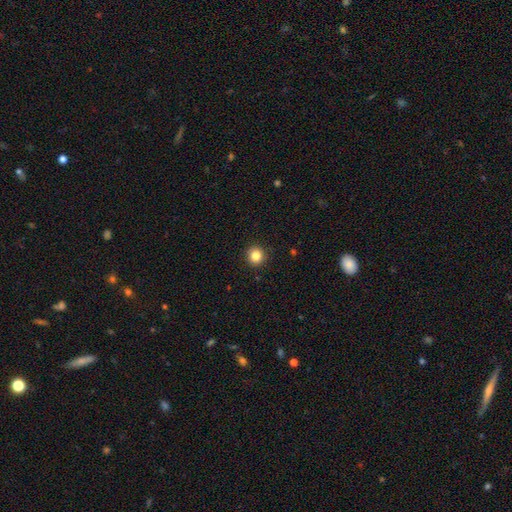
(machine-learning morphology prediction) smooth 84%, star or artifact 11%, featured or disk 5%. Down the decision tree: how rounded — round (92%); merging — none (92%).